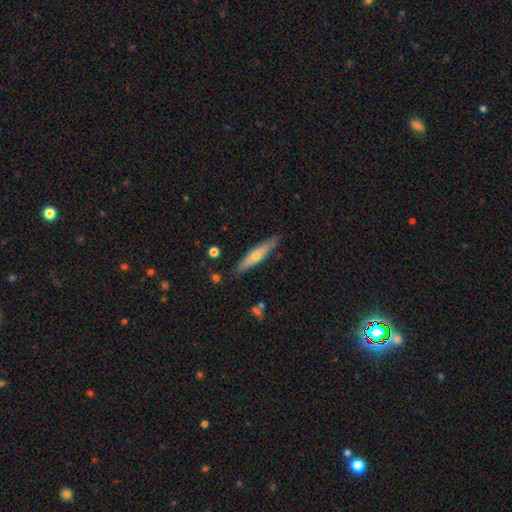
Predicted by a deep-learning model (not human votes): featured or disk 47% (tied), smooth 47% (tied), star or artifact 6%. Down the decision tree: merging — none (87%).